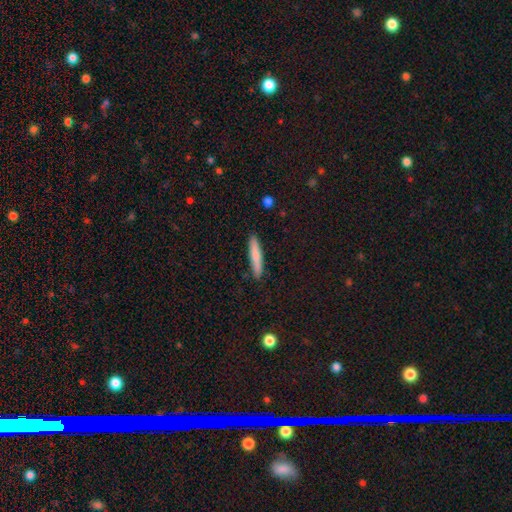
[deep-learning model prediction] The model was most divided on "smooth or featured": smooth: 75%, featured or disk: 19%, star or artifact: 6%. More confident: how rounded — cigar-shaped (92%); merging — none (89%).